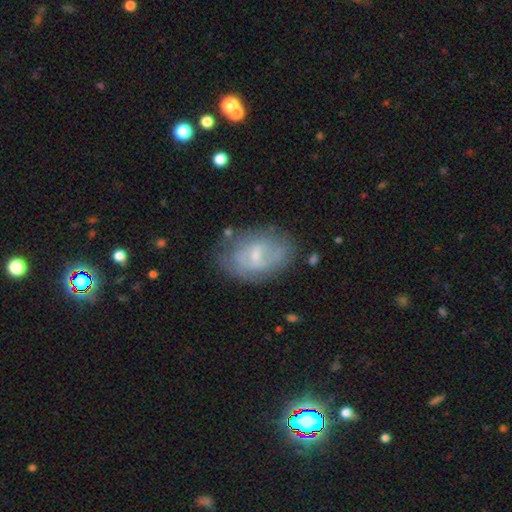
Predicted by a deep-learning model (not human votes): Smooth or featured: featured or disk — 58% (smooth — 34%)
Edge-on disk: no — 95% (yes — 5%)
Bar: weak — 55% (no — 32%)
Spiral arms: yes — 57% (no — 43%)
Bulge size: small — 67% (moderate — 25%)
Merging: none — 64% (minor disturbance — 23%)